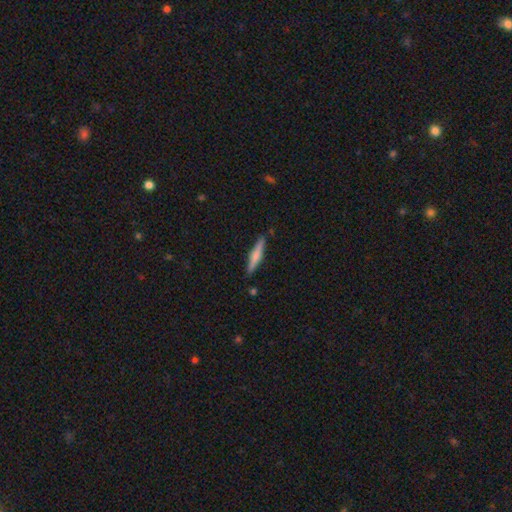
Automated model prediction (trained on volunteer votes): Smooth or featured? Predicted: smooth (p=0.56). How rounded? Predicted: cigar-shaped (p=0.90). Merging? Predicted: none (p=0.87).